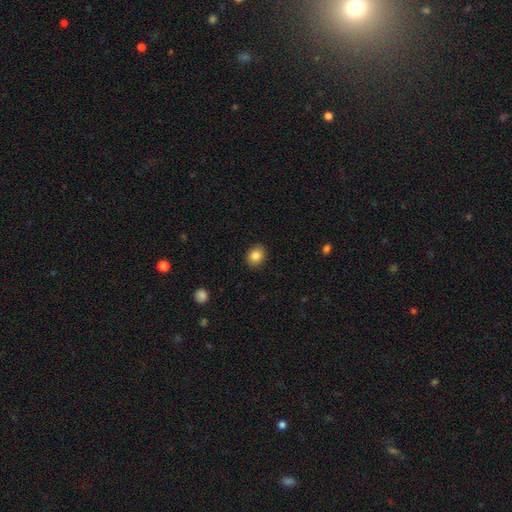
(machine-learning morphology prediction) Overall: smooth (86%). How rounded: round (55%; in between 44%). Merging: none (89%).